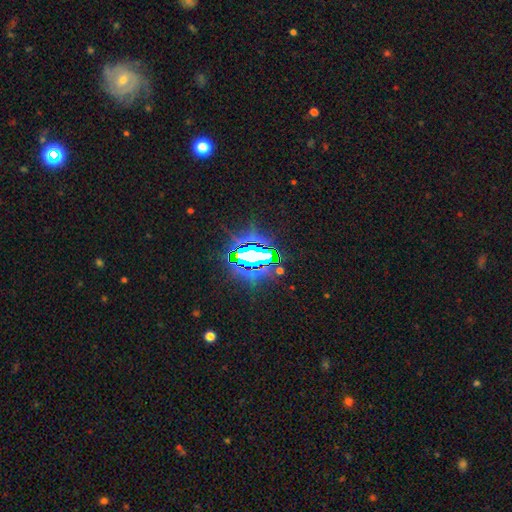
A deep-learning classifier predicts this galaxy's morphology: Smooth or featured?
  - star or artifact: 75% *
  - featured or disk: 13%
  - smooth: 12%